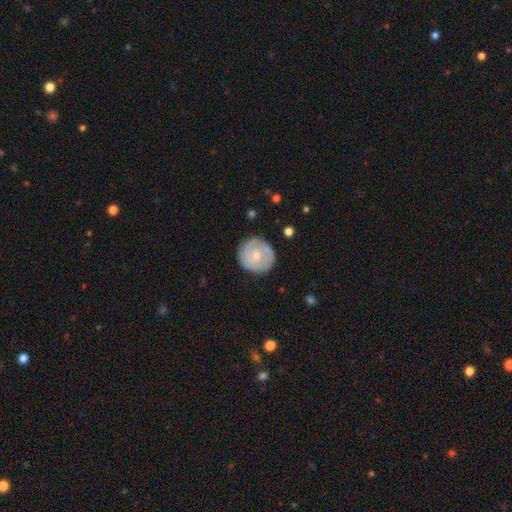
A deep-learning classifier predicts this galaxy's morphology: Overall: featured or disk (59%; smooth 35%). Edge-on disk: no (98%). Bar: no (74%). Spiral arms: yes (81%). Bulge size: small (50%; moderate 37%). Merging: none (82%).